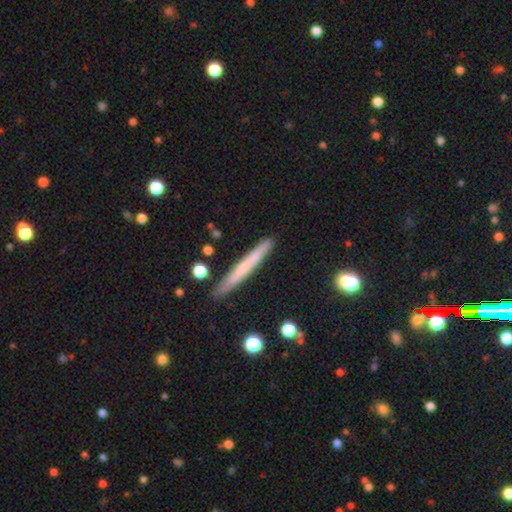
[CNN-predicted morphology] The model was most divided on "smooth or featured": smooth: 58%, featured or disk: 36%, star or artifact: 6%. More confident: how rounded — cigar-shaped (96%); merging — none (86%).